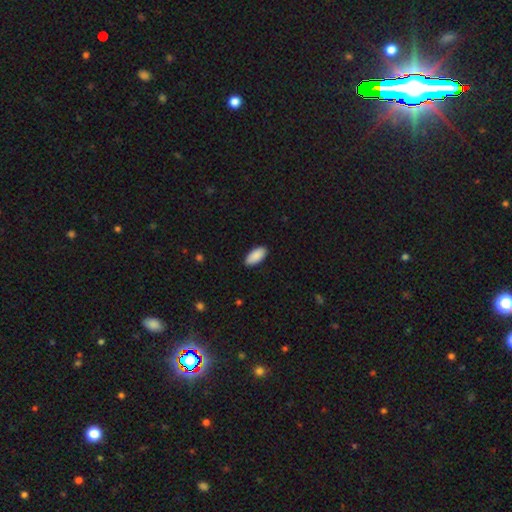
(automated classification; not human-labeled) Morphology: type=smooth (90%); roundness=in between (93%); merging=none (89%).